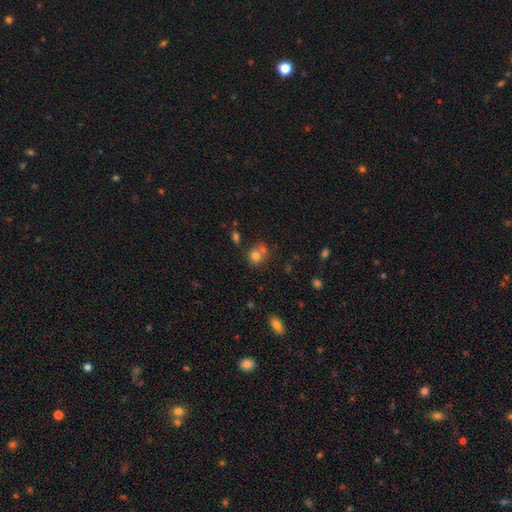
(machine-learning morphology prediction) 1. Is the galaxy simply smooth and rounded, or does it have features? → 75% smooth, 13% star or artifact, 12% featured or disk.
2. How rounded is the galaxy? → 73% round, 26% in between, 1% cigar-shaped.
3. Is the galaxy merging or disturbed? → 46% none, 40% merger, 10% minor disturbance, 4% major disturbance.